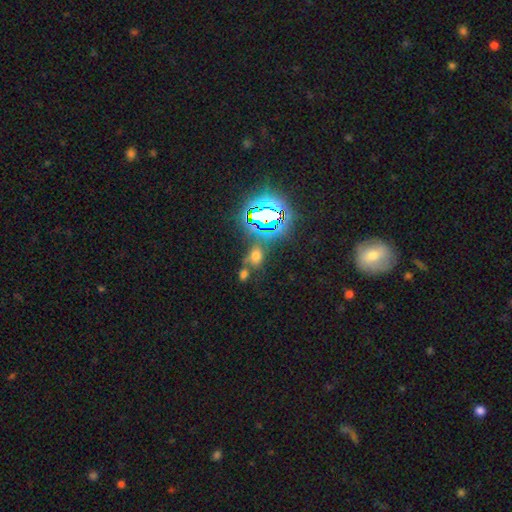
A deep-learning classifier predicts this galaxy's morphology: A smooth galaxy with no disk features (48%). Merging: none (61%).